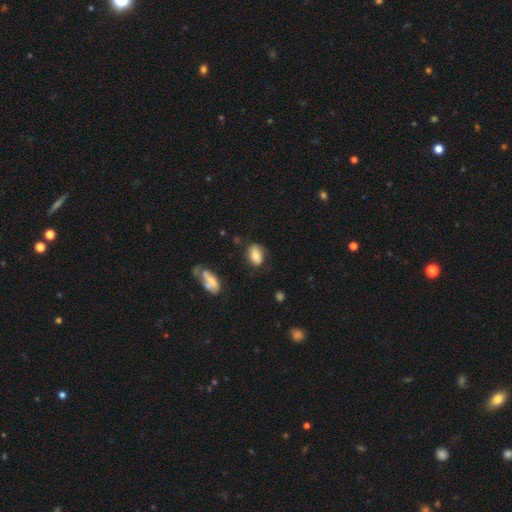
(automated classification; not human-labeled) Q: Smooth or featured?
A: smooth (79%); runner-up: featured or disk (13%)
Q: How rounded?
A: in between (86%); runner-up: round (12%)
Q: Merging?
A: none (60%); runner-up: minor disturbance (27%)